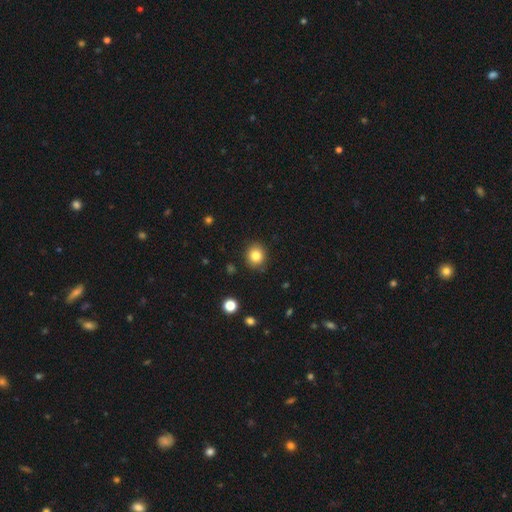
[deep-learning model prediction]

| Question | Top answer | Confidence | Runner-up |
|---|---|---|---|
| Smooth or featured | smooth | 83% | star or artifact (11%) |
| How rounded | round | 80% | in between (19%) |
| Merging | none | 88% | minor disturbance (8%) |